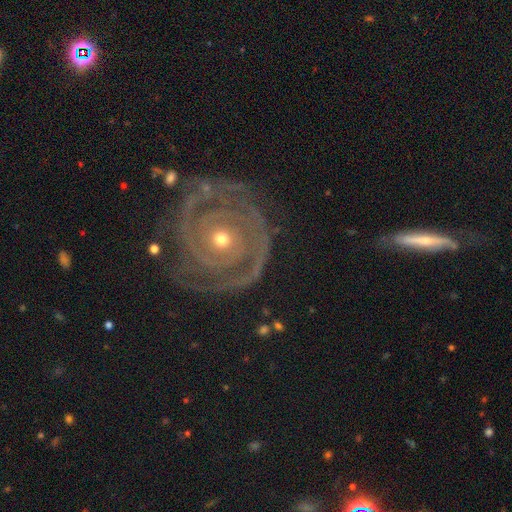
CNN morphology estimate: featured or disk 87%, star or artifact 7%, smooth 6%. Down the decision tree: edge-on disk — no (96%); bar — no (78%); spiral arms — yes (95%); spiral arm count — 2 (55%); spiral winding — tight (78%); bulge size — small (53%); merging — none (79%).